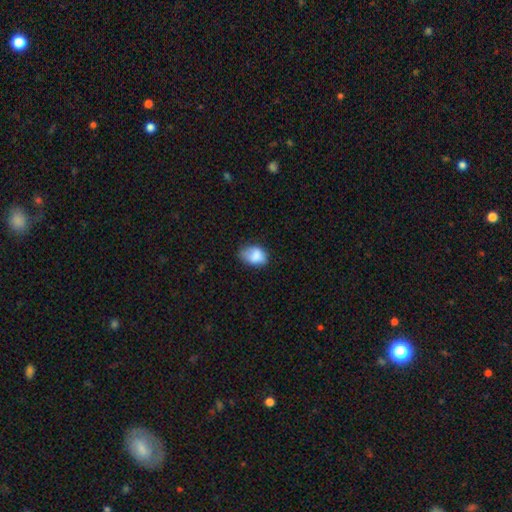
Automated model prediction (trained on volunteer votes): Morphology: type=smooth (83%); roundness=in between (77%); merging=none (55%).